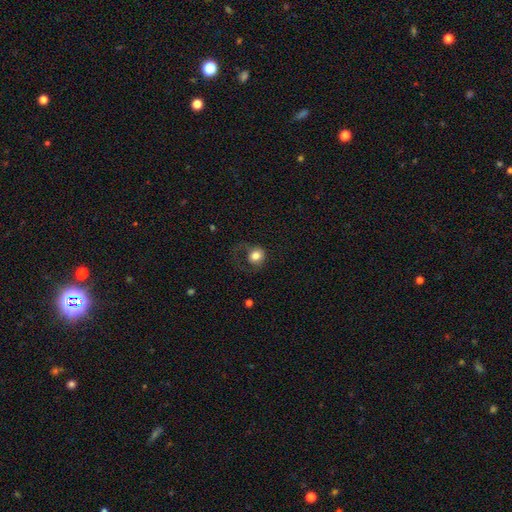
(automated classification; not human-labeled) Smooth or featured? smooth (74%)
How rounded? round (74%)
Merging? major disturbance (40%)